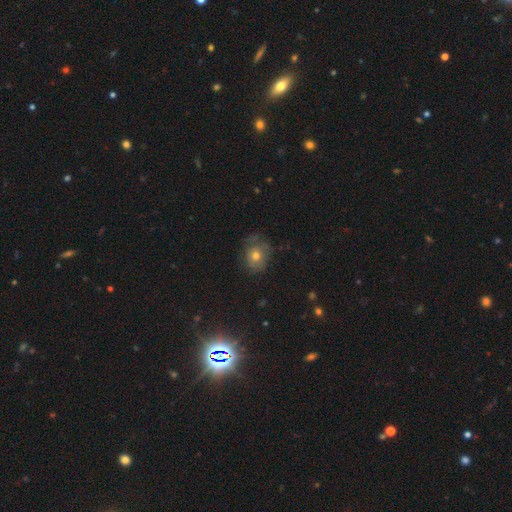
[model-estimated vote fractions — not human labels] Smooth or featured: smooth — 59% (featured or disk — 25%)
How rounded: round — 65% (in between — 34%)
Merging: none — 64% (minor disturbance — 23%)